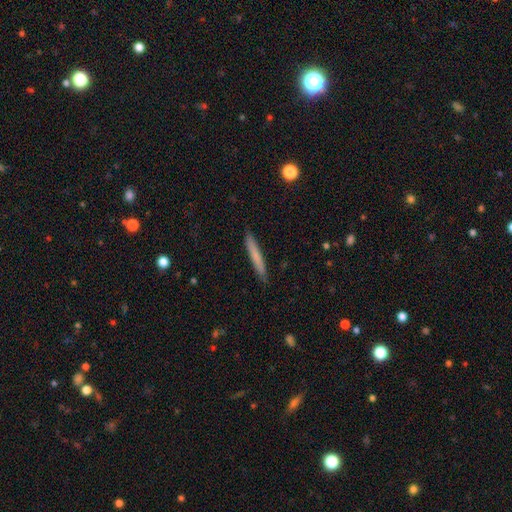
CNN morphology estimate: Smooth or featured? smooth (72%)
How rounded? cigar-shaped (96%)
Merging? none (90%)